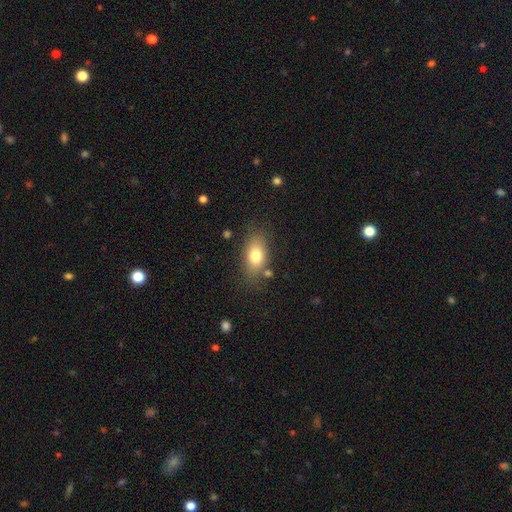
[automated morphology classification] smooth-or-featured: smooth: 77% | featured or disk: 14% | star or artifact: 9%
  how-rounded: in between: 85% | round: 11% | cigar-shaped: 4%
  merging: none: 76% | minor disturbance: 15% | major disturbance: 5% | merger: 4%